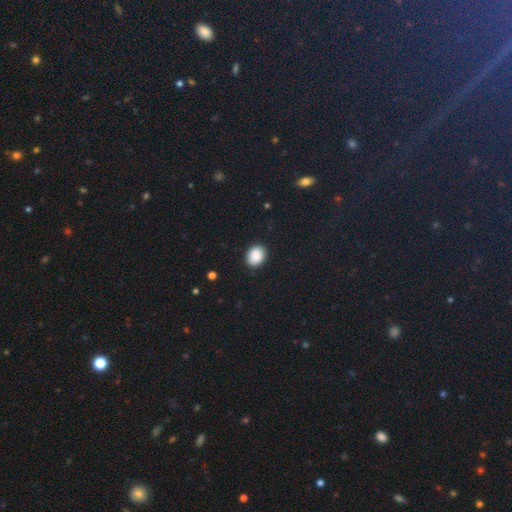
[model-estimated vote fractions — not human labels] This is clearly a smooth galaxy (89%). How rounded: possibly in between (57%). Merging: clearly none (89%).